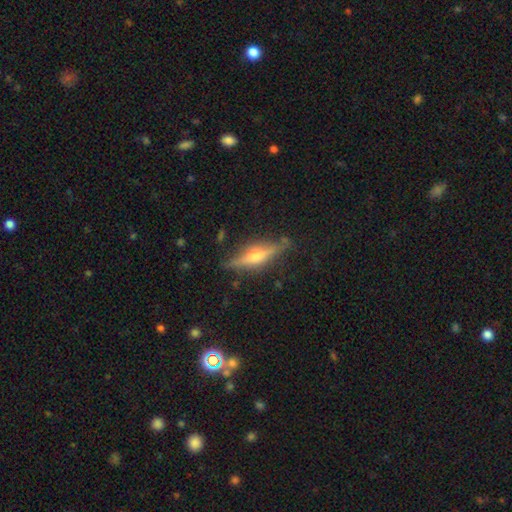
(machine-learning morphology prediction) Smooth or featured: featured or disk — 75% (smooth — 18%)
Edge-on disk: yes — 96% (no — 4%)
Edge-on bulge: rounded — 88% (boxy — 8%)
Merging: none — 85% (minor disturbance — 11%)